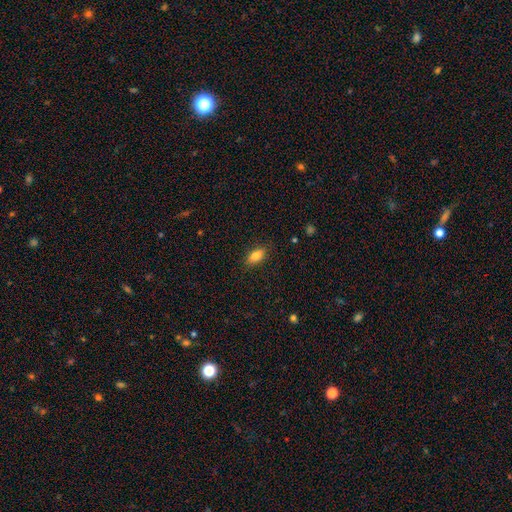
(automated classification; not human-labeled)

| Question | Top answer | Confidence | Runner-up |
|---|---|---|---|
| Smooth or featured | smooth | 83% | featured or disk (9%) |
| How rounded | in between | 87% | cigar-shaped (7%) |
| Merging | none | 86% | minor disturbance (10%) |